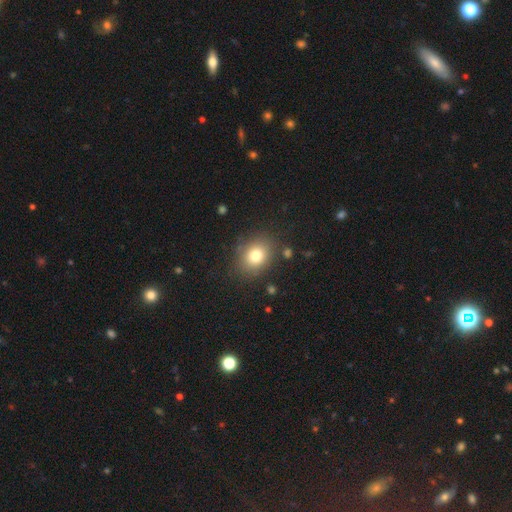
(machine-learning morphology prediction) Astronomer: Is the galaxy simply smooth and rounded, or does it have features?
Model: smooth — 79%.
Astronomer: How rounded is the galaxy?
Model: round — 54% (runner-up: in between, 45%).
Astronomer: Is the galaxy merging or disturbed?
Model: none — 83%.